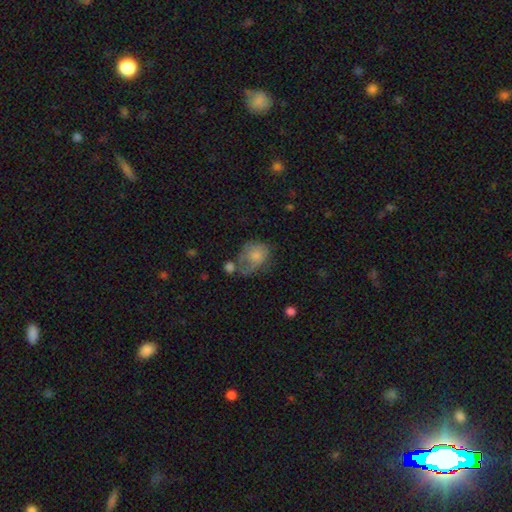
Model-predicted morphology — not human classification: smooth-or-featured: smooth: 65% | featured or disk: 26% | star or artifact: 9%
  how-rounded: in between: 50% | round: 49% | cigar-shaped: 1%
  merging: major disturbance: 33% | minor disturbance: 27% | none: 26% | merger: 13%